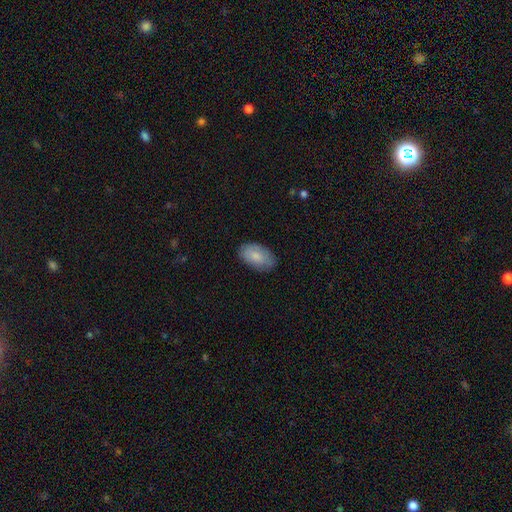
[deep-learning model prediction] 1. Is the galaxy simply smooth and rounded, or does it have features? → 83% smooth, 11% featured or disk, 6% star or artifact.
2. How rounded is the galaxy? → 93% in between, 5% round, 1% cigar-shaped.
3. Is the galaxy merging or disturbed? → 81% none, 15% minor disturbance, 3% major disturbance, 1% merger.